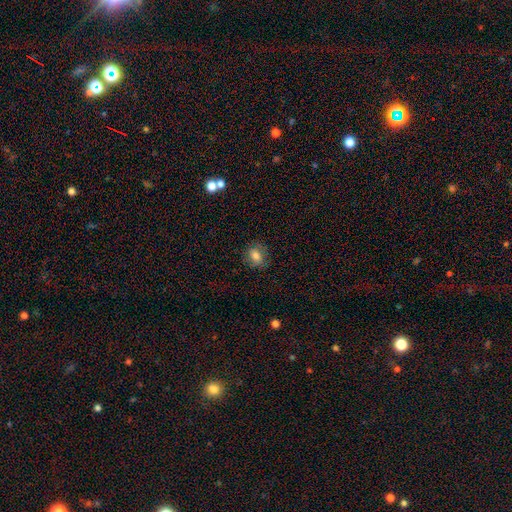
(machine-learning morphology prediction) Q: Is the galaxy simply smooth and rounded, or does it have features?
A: smooth — 75%.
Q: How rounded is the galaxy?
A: round — 57%.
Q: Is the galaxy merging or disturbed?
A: none — 80%.